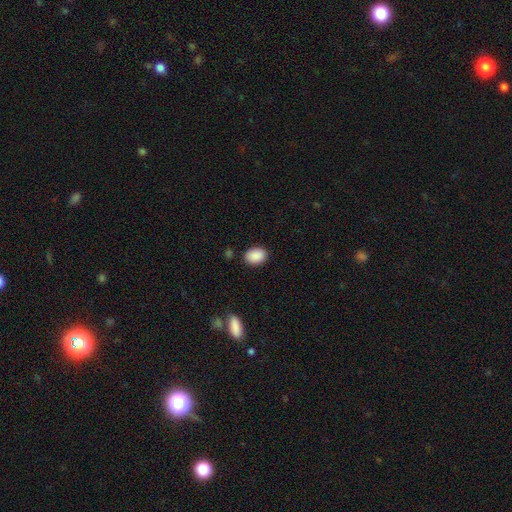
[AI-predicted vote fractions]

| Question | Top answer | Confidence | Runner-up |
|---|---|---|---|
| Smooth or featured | smooth | 90% | star or artifact (7%) |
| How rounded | in between | 77% | round (22%) |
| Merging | none | 86% | minor disturbance (10%) |